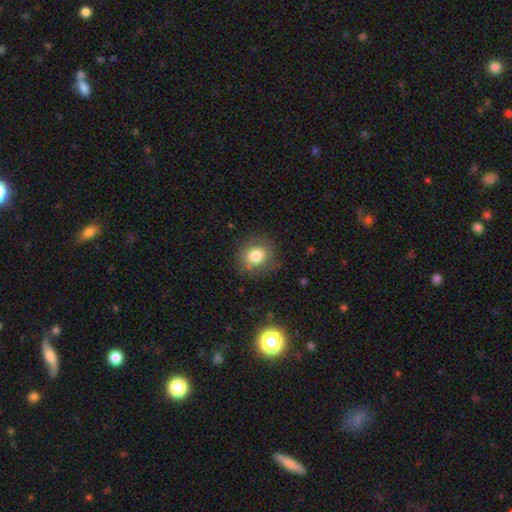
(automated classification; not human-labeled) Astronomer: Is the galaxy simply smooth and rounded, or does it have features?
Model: smooth — 77%.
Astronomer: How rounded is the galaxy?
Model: round — 82%.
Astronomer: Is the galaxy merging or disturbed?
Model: none — 79%.